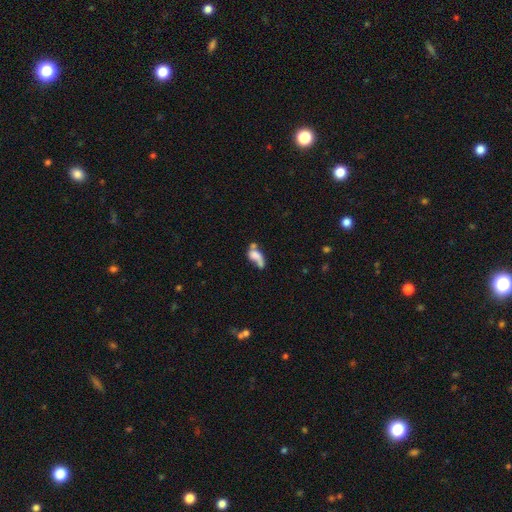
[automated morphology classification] type=smooth (55%); roundness=in between (76%); merging=merger (34%).